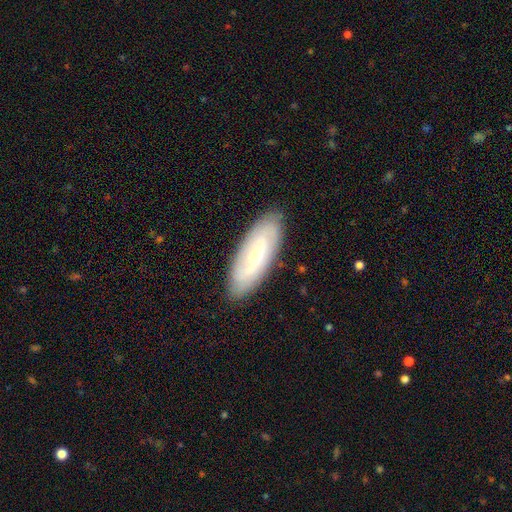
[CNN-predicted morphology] This appears to be a featured or disk galaxy (58%). Merging: none (87%).